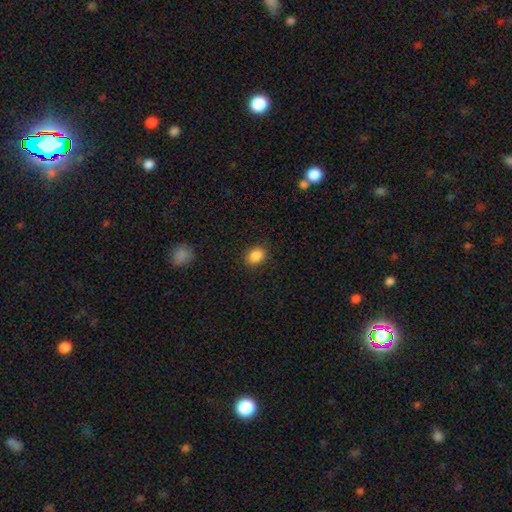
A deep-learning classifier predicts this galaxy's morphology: This appears to be a smooth galaxy with no disk features (87%) that is in between round and cigar-shaped (63%). Merging: none (87%).